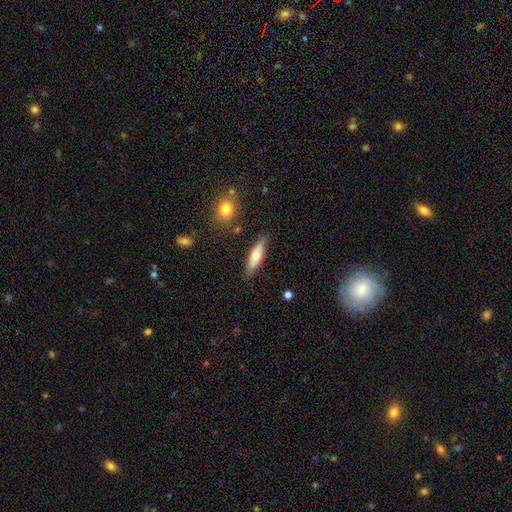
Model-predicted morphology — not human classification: Smooth or featured?
  - smooth: 62% *
  - featured or disk: 32%
  - star or artifact: 6%
How rounded?
  - cigar-shaped: 60% *
  - in between: 38%
  - round: 2%
Merging?
  - none: 83% *
  - minor disturbance: 12%
  - merger: 3%
  - major disturbance: 3%